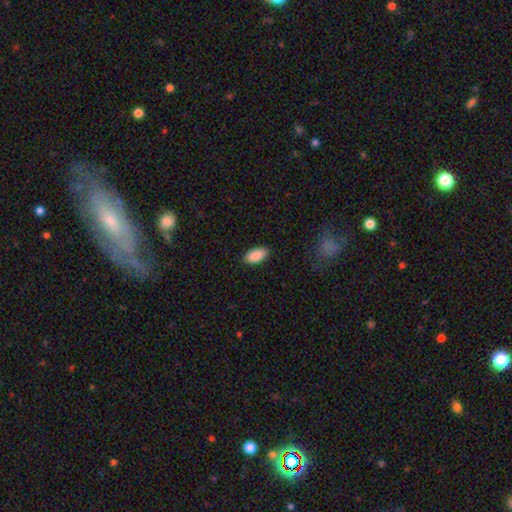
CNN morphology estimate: smooth 89%, star or artifact 7%, featured or disk 4%. Down the decision tree: how rounded — in between (94%); merging — none (87%).